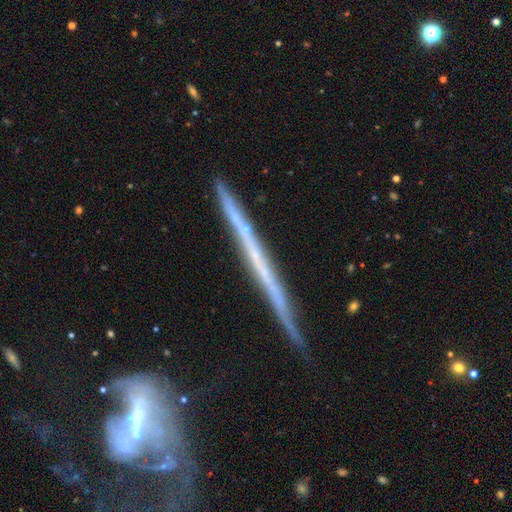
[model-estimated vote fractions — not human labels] Smooth or featured? Predicted: featured or disk (p=0.71). Edge-on disk? Predicted: yes (p=0.94). Edge-on bulge? Predicted: none (p=0.88). Merging? Predicted: none (p=0.78).